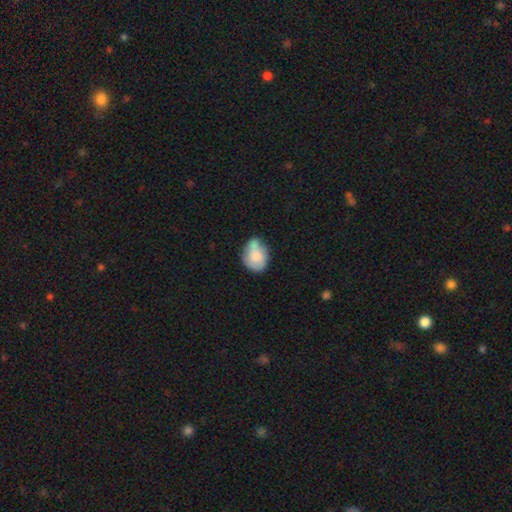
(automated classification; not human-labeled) This appears to be a smooth galaxy with no disk features (74%) that is in between round and cigar-shaped (59%). Merging: none (45%).